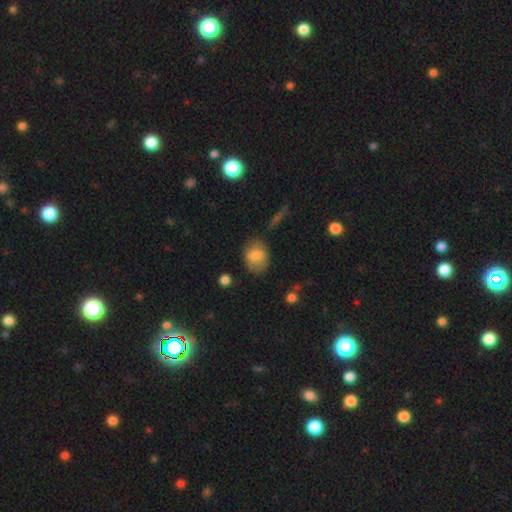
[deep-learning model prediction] Overall: smooth (80%). How rounded: in between (65%; round 33%). Merging: none (69%).